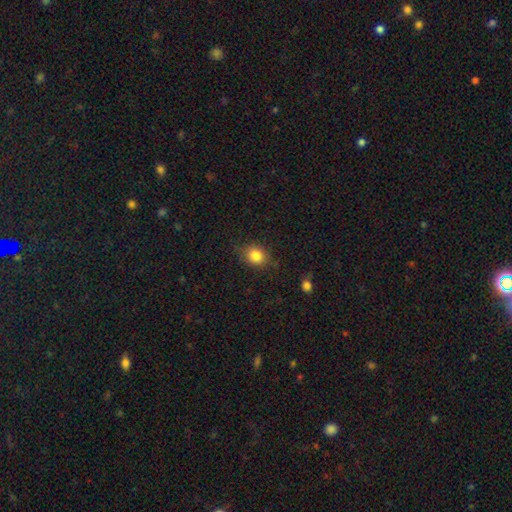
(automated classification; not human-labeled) This appears to be a smooth galaxy with no disk features (83%) that is round (60%). Merging: none (79%).